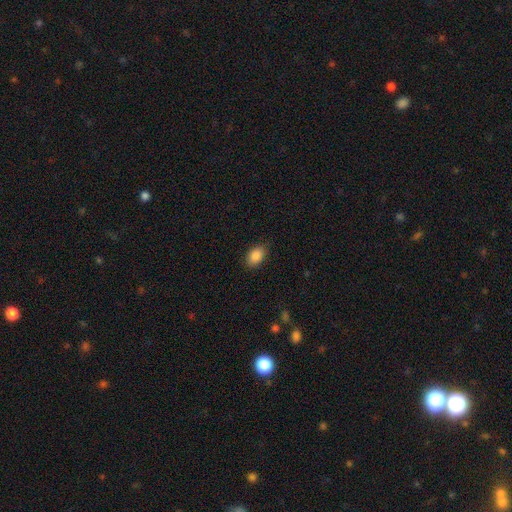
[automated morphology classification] A smooth galaxy with no disk features (88%) that is in between round and cigar-shaped (88%). Merging: none (85%).